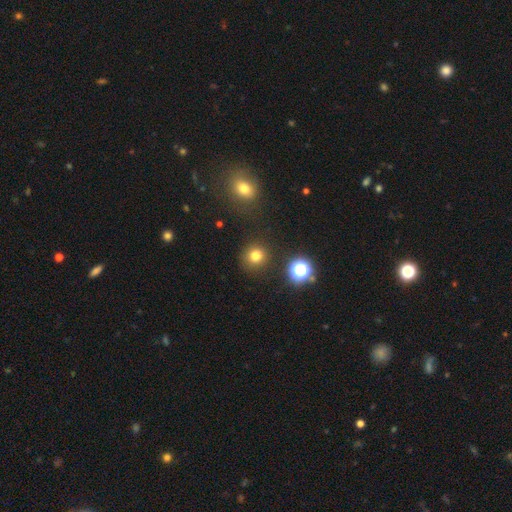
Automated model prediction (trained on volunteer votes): Morphology: type=smooth (77%); roundness=round (91%); merging=none (89%).